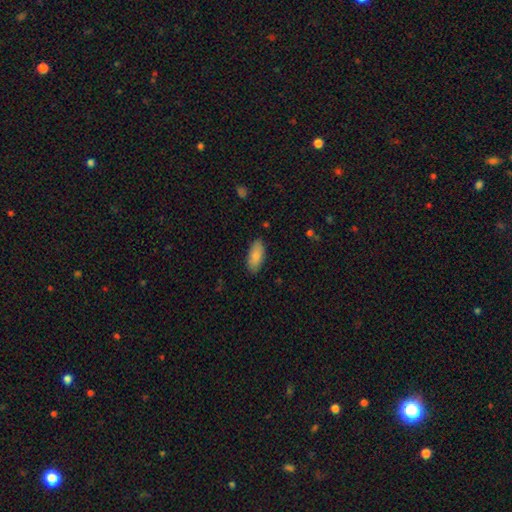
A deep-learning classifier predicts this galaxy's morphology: Smooth or featured? Predicted: smooth (p=0.87). How rounded? Predicted: in between (p=0.88). Merging? Predicted: none (p=0.86).